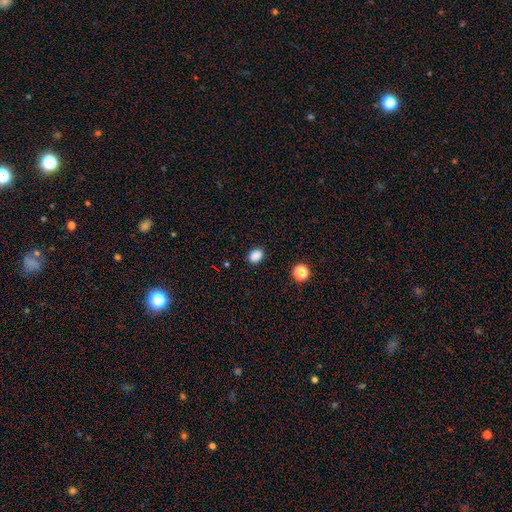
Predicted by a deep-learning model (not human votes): The model was most divided on "how rounded": in between: 65%, round: 34%, cigar-shaped: 1%. More confident: merging — none (87%); smooth or featured — smooth (86%).